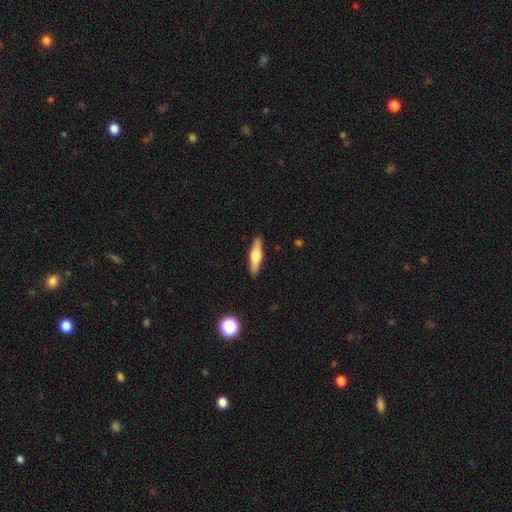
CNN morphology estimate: Smooth or featured?
  - smooth: 50% *
  - featured or disk: 43%
  - star or artifact: 6%
How rounded?
  - cigar-shaped: 61% *
  - in between: 36%
  - round: 3%
Merging?
  - none: 90% *
  - minor disturbance: 8%
  - major disturbance: 2%
  - merger: 1%